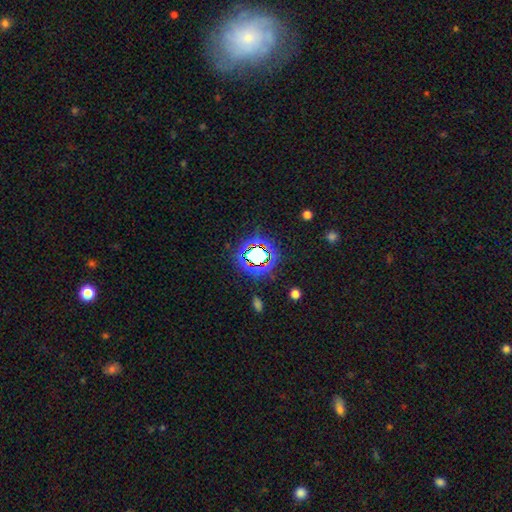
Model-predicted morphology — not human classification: This appears to be a star or artifact, not a galaxy (75%).